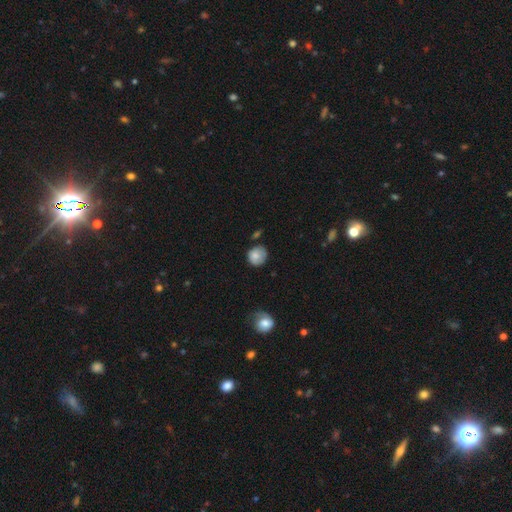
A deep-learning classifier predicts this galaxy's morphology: type=smooth (78%); roundness=round (83%); merging=none (65%).